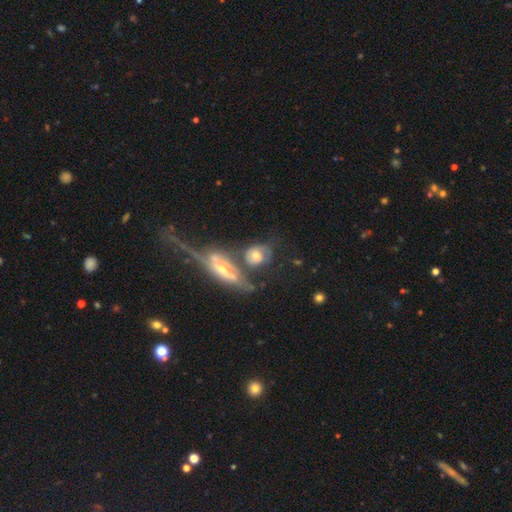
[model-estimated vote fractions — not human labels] Overall: featured or disk (47%; smooth 44%). Merging: merger (34%; none 33%).